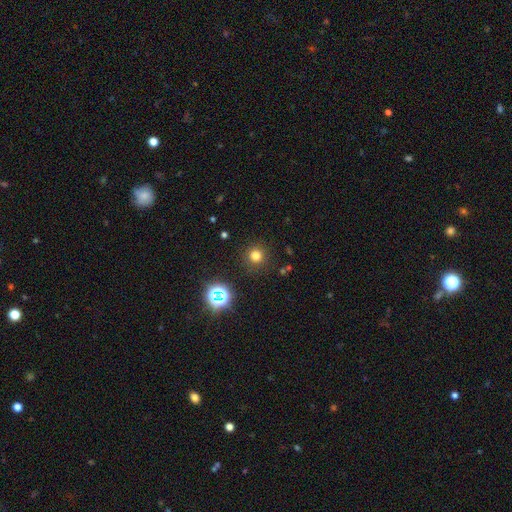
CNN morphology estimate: This appears to be a smooth galaxy with no disk features (75%) that is round (95%). Merging: none (89%).